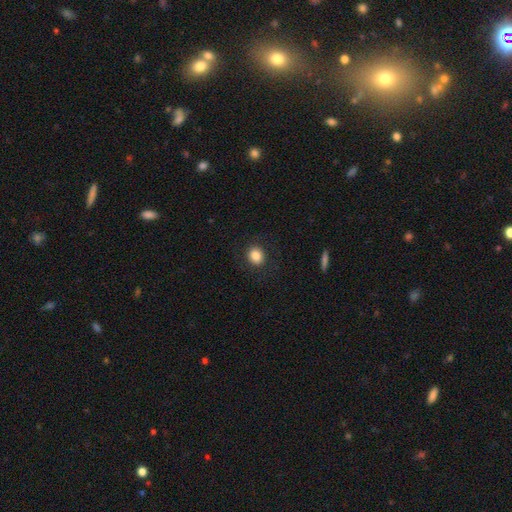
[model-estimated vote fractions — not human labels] Smooth or featured?
  - smooth: 85% *
  - star or artifact: 9%
  - featured or disk: 5%
How rounded?
  - round: 70% *
  - in between: 29%
  - cigar-shaped: 1%
Merging?
  - none: 89% *
  - minor disturbance: 7%
  - major disturbance: 3%
  - merger: 1%